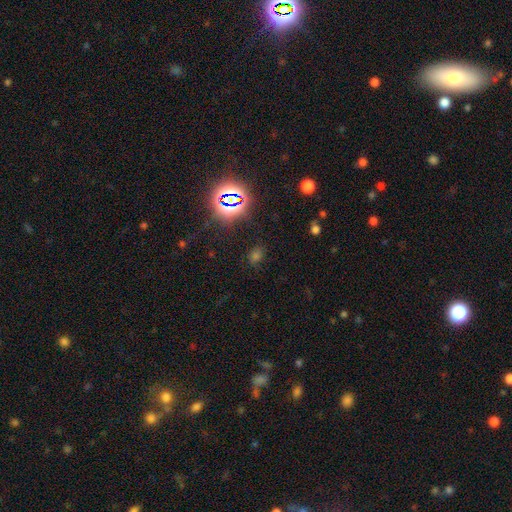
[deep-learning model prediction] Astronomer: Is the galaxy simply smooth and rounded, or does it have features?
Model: star or artifact — 51% (runner-up: smooth, 41%).